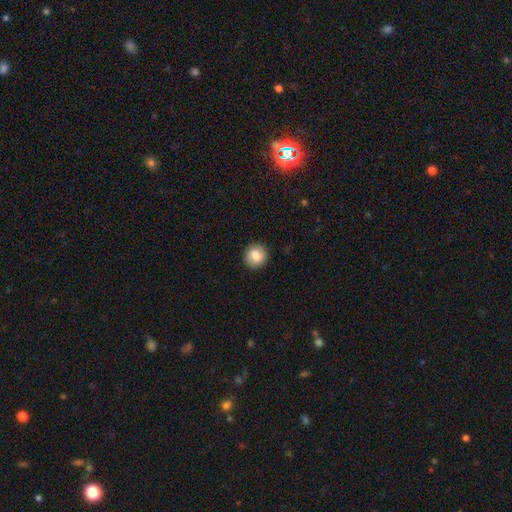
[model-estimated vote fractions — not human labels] Morphology: type=smooth (83%); roundness=round (89%); merging=none (92%).